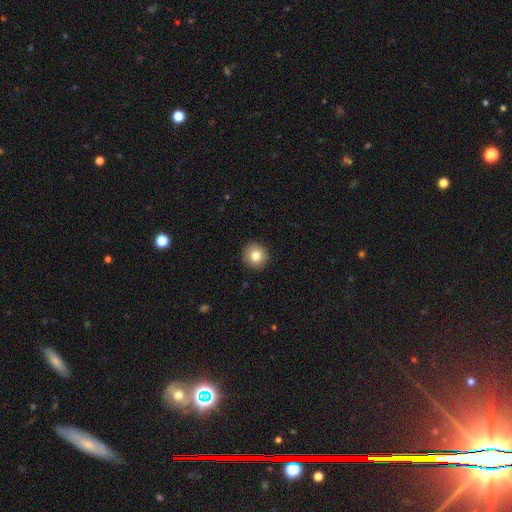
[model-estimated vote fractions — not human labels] Overall: smooth (82%). How rounded: round (94%). Merging: none (93%).